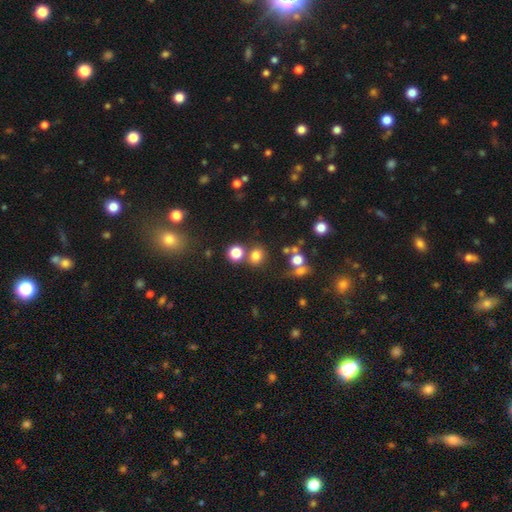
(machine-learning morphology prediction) This appears to be a smooth galaxy with no disk features (76%) that is round (71%). Merging: none (64%).